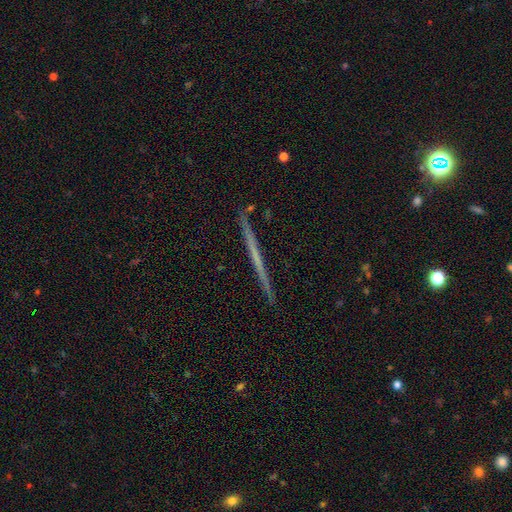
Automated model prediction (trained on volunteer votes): featured or disk 60%, smooth 34%, star or artifact 7%. Down the decision tree: edge-on disk — yes (98%); edge-on bulge — none (90%); merging — none (92%).